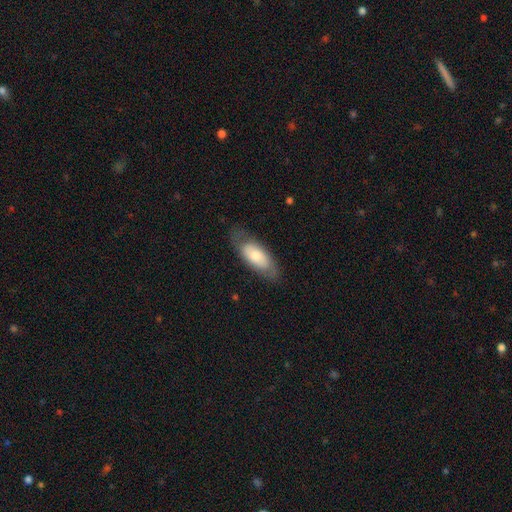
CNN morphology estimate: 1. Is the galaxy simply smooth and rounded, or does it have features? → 66% smooth, 29% featured or disk, 6% star or artifact.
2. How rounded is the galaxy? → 83% in between, 15% cigar-shaped, 2% round.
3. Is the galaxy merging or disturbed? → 69% none, 22% minor disturbance, 8% major disturbance, 1% merger.